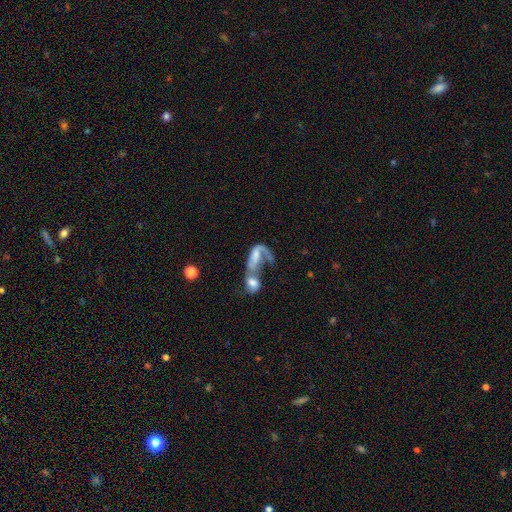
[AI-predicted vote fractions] Smooth or featured: featured or disk — 56% (smooth — 36%)
Edge-on disk: no — 94% (yes — 6%)
Bar: no — 57% (weak — 28%)
Spiral arms: yes — 70% (no — 30%)
Bulge size: none — 34% (moderate — 27%)
Merging: merger — 73% (major disturbance — 14%)